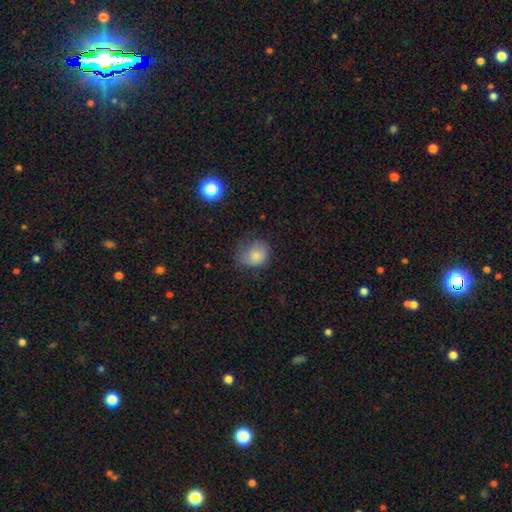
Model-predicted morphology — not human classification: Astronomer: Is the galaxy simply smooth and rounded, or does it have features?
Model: smooth — 79%.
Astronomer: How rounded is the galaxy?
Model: round — 66%.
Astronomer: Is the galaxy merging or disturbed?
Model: none — 45% (runner-up: minor disturbance, 34%).